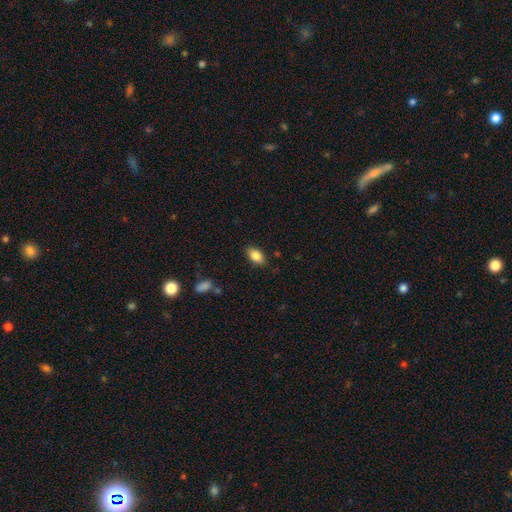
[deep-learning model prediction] Q: Smooth or featured?
A: smooth (85%); runner-up: star or artifact (8%)
Q: How rounded?
A: in between (90%); runner-up: round (7%)
Q: Merging?
A: none (83%); runner-up: minor disturbance (12%)